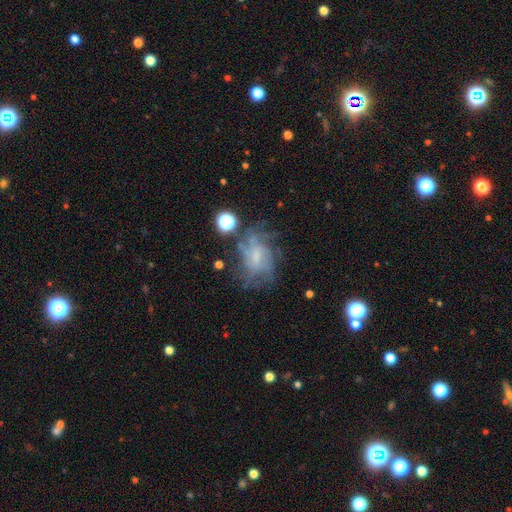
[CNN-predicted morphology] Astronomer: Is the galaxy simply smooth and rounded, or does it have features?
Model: featured or disk — 65%.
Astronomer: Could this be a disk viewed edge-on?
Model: no — 97%.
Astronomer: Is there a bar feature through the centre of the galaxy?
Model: no — 53% (runner-up: weak, 40%).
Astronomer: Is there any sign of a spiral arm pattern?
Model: yes — 75%.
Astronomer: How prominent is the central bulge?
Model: small — 48% (runner-up: none, 25%).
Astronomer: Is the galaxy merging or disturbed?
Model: none — 52%.